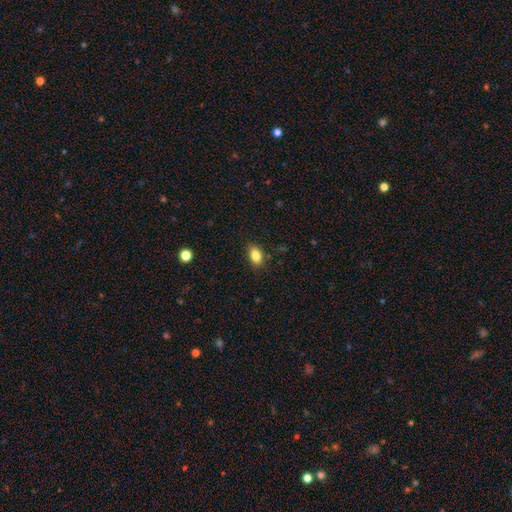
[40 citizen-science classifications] smooth 95%, featured or disk 2%, star or artifact 2%. Down the decision tree: how rounded — in between (89%); merging — none (74%).